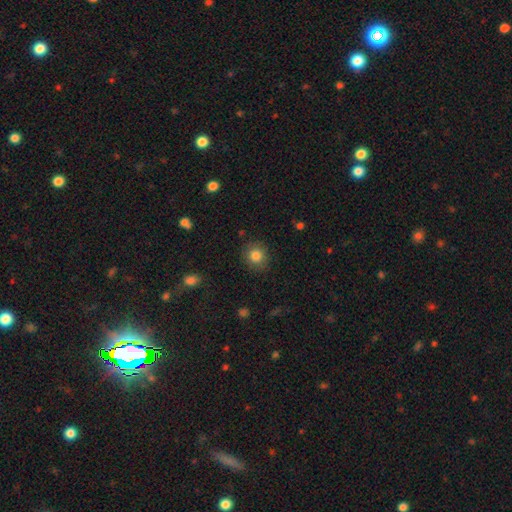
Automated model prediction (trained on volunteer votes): smooth-or-featured: smooth: 83% | star or artifact: 11% | featured or disk: 6%
  how-rounded: round: 88% | in between: 11% | cigar-shaped: 1%
  merging: none: 88% | minor disturbance: 9% | major disturbance: 3% | merger: 1%